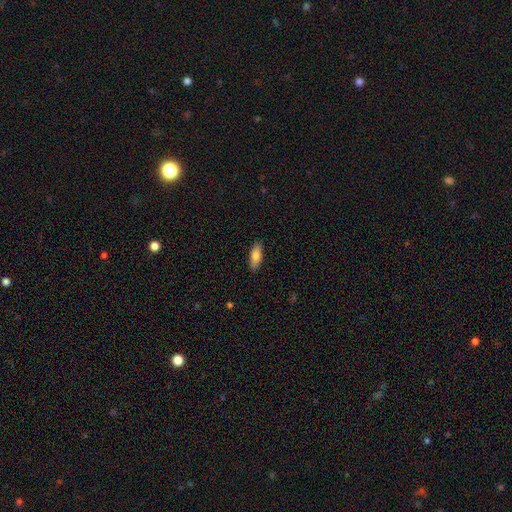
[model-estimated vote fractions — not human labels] Smooth or featured?
  - smooth: 82% *
  - featured or disk: 12%
  - star or artifact: 6%
How rounded?
  - in between: 73% *
  - cigar-shaped: 25%
  - round: 2%
Merging?
  - none: 88% *
  - minor disturbance: 9%
  - major disturbance: 2%
  - merger: 1%